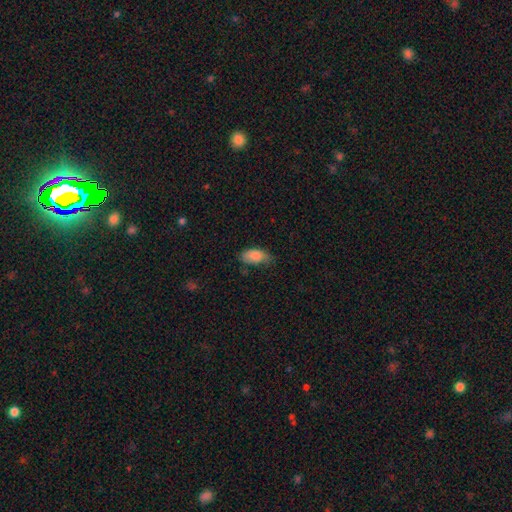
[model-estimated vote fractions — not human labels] Smooth or featured? Predicted: smooth (p=0.85). How rounded? Predicted: in between (p=0.92). Merging? Predicted: none (p=0.55).